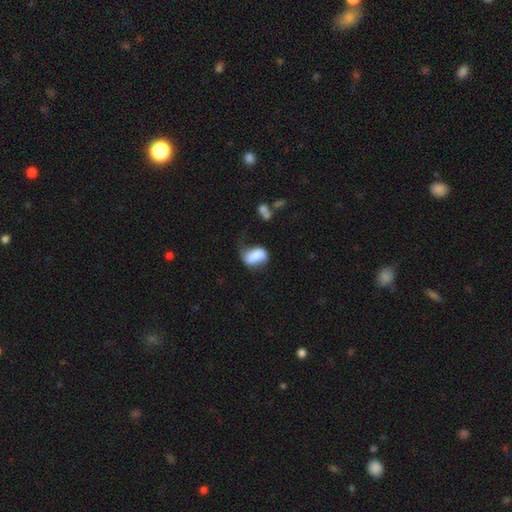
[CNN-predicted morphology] A smooth galaxy with no disk features (72%) that is in between round and cigar-shaped (87%).

Vote fractions:
- Smooth or featured? smooth: 72% / featured or disk: 20% / star or artifact: 8%
- How rounded? in between: 87% / round: 10% / cigar-shaped: 2%
- Merging? none: 34% / minor disturbance: 33% / major disturbance: 27% / merger: 6%